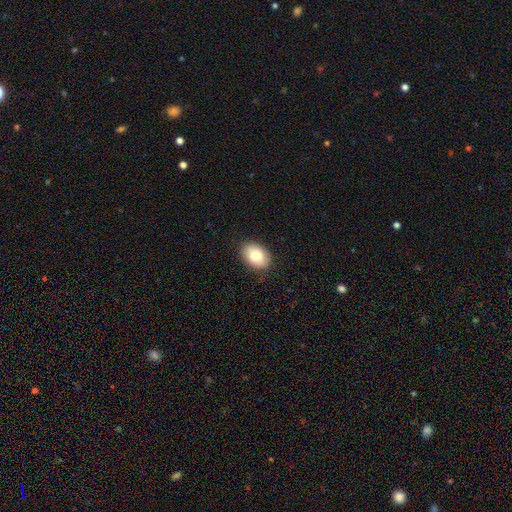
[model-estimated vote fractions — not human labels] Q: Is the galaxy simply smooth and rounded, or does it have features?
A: smooth — 79%.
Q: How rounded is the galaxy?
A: in between — 80%.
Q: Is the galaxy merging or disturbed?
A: none — 89%.